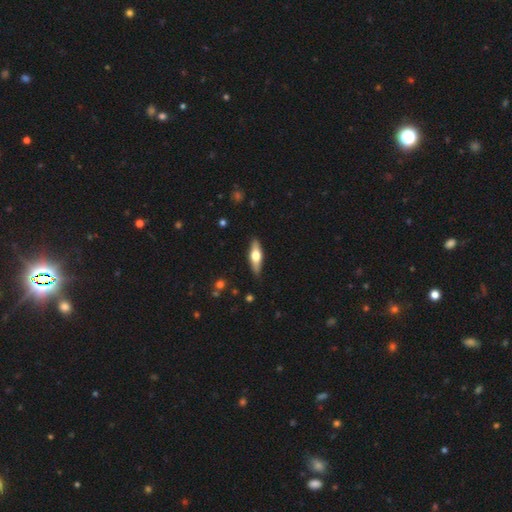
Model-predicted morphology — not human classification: Q: Smooth or featured?
A: featured or disk (50%); runner-up: smooth (44%)
Q: Edge-on disk?
A: yes (90%); runner-up: no (10%)
Q: Merging?
A: none (87%); runner-up: minor disturbance (10%)